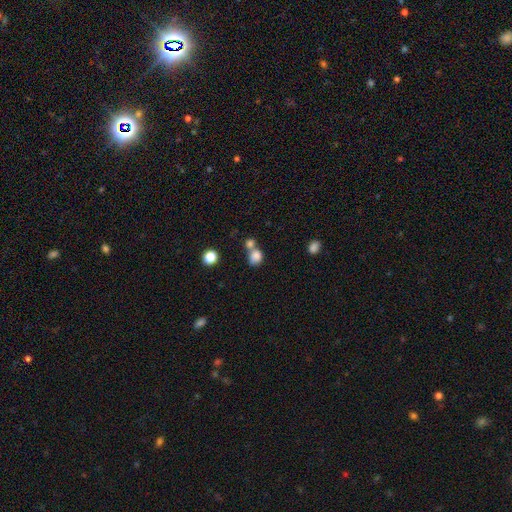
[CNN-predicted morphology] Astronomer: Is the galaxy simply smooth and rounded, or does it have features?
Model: smooth — 82%.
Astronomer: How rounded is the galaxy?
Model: round — 63%.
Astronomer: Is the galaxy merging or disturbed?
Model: merger — 49% (runner-up: none, 36%).